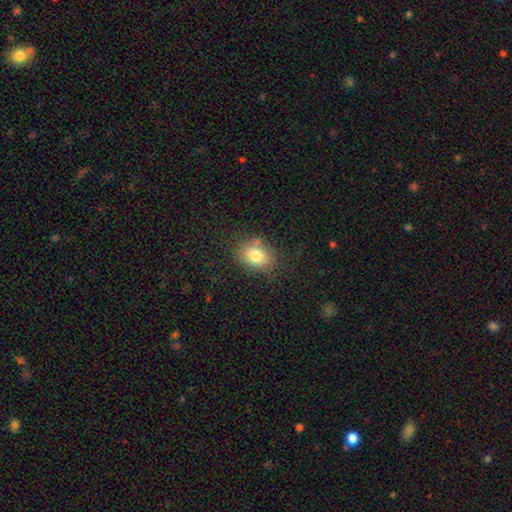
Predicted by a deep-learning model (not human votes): Smooth or featured? Predicted: smooth (p=0.80). How rounded? Predicted: in between (p=0.56). Merging? Predicted: none (p=0.76).